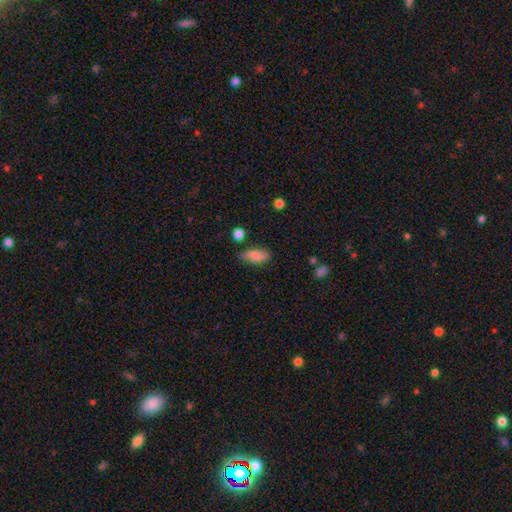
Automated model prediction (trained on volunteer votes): smooth-or-featured: smooth: 81% | featured or disk: 11% | star or artifact: 8%
  how-rounded: in between: 87% | cigar-shaped: 8% | round: 4%
  merging: none: 68% | minor disturbance: 24% | major disturbance: 5% | merger: 3%